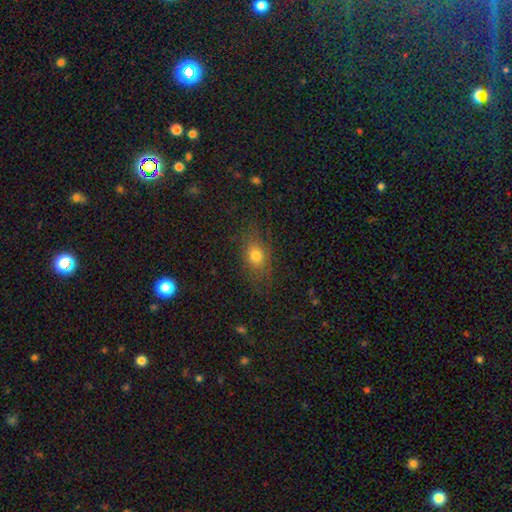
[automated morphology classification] smooth_or_featured: smooth (p=0.69) [alt: featured or disk p=0.16]
how_rounded: in between (p=0.65) [alt: round p=0.30]
merging: none (p=0.76) [alt: minor disturbance p=0.16]